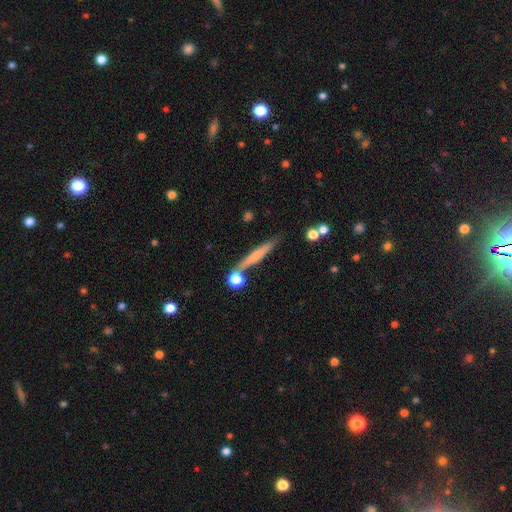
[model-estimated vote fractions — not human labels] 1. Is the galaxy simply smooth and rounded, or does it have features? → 51% smooth, 42% featured or disk, 7% star or artifact.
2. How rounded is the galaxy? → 92% cigar-shaped, 5% in between, 3% round.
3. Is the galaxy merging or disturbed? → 74% none, 12% minor disturbance, 10% merger, 3% major disturbance.